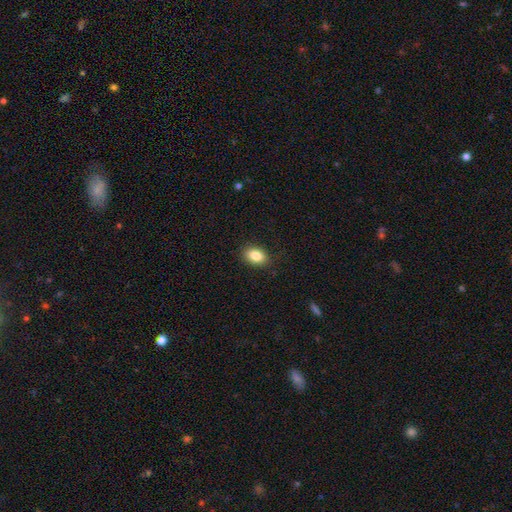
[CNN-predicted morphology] Q: Smooth or featured?
A: smooth (86%); runner-up: star or artifact (8%)
Q: How rounded?
A: in between (83%); runner-up: round (16%)
Q: Merging?
A: none (87%); runner-up: minor disturbance (10%)